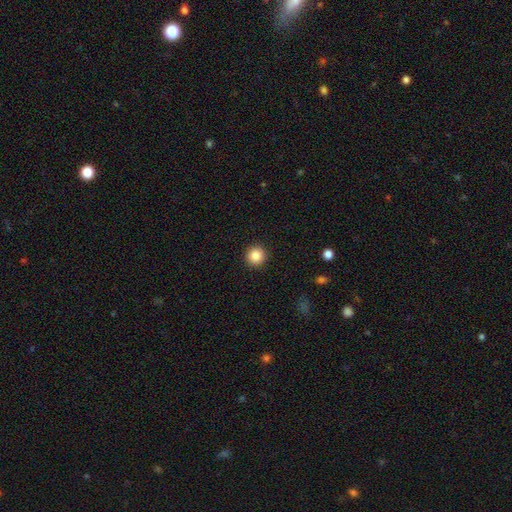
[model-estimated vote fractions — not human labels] Smooth or featured?
  - smooth: 86% *
  - star or artifact: 10%
  - featured or disk: 5%
How rounded?
  - round: 95% *
  - in between: 4%
  - cigar-shaped: 1%
Merging?
  - none: 93% *
  - minor disturbance: 4%
  - major disturbance: 2%
  - merger: 1%